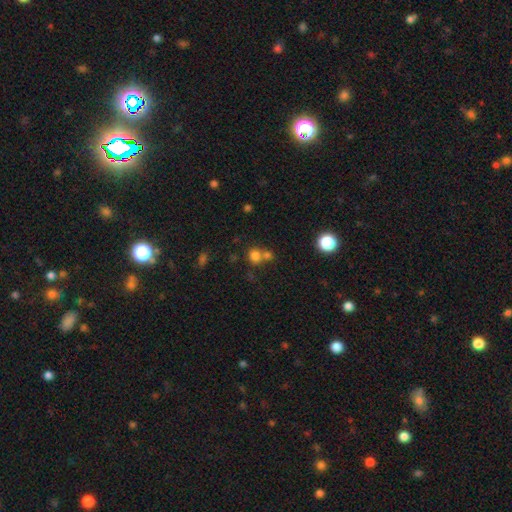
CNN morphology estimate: Smooth or featured? Predicted: smooth (p=0.75). How rounded? Predicted: round (p=0.85). Merging? Predicted: none (p=0.46).